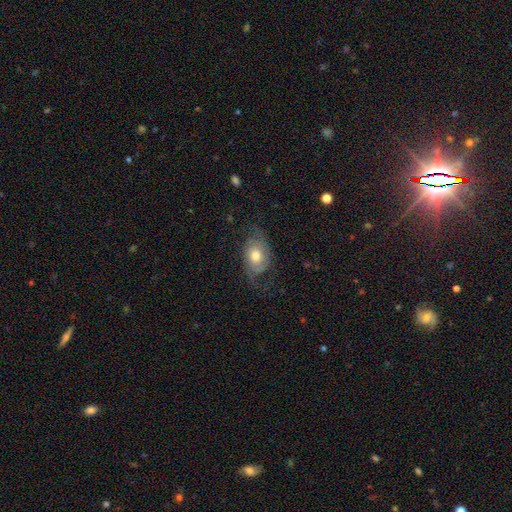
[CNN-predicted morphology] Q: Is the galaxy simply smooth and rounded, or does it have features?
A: featured or disk — 67%.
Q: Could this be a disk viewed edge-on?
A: no — 95%.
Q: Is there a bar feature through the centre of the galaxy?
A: no — 75%.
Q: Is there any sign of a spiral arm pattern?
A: yes — 87%.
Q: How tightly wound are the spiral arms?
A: loose — 43%.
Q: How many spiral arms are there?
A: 2 — 76%.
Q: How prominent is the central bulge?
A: moderate — 71%.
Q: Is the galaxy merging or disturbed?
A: none — 59%.